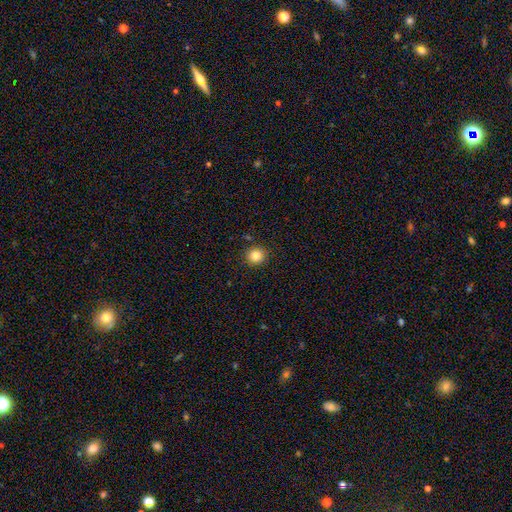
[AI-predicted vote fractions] Q: Smooth or featured?
A: smooth (84%); runner-up: star or artifact (11%)
Q: How rounded?
A: round (91%); runner-up: in between (8%)
Q: Merging?
A: none (90%); runner-up: minor disturbance (6%)